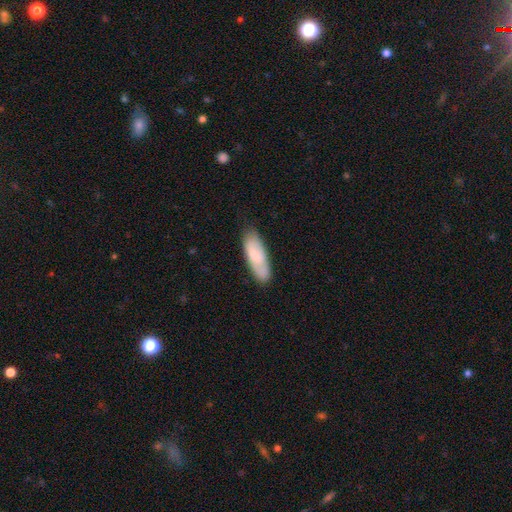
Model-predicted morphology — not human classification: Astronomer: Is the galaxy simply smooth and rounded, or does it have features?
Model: smooth — 70%.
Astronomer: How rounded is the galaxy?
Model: in between — 62%.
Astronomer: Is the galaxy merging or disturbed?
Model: none — 73%.